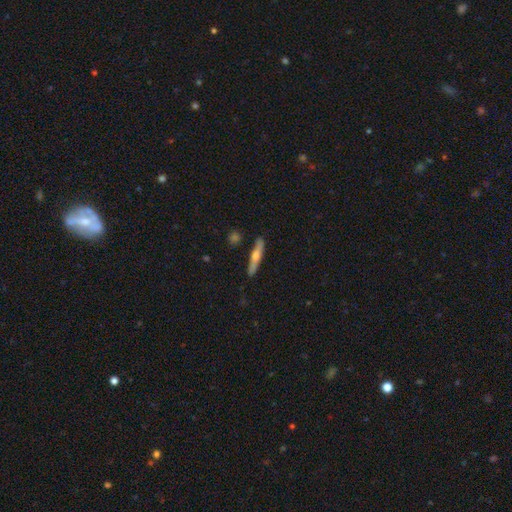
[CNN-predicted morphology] A featured or disk galaxy (50%).

Vote fractions:
- Smooth or featured? featured or disk: 50% / smooth: 44% / star or artifact: 6%
- Merging? none: 88% / minor disturbance: 9% / merger: 2% / major disturbance: 2%